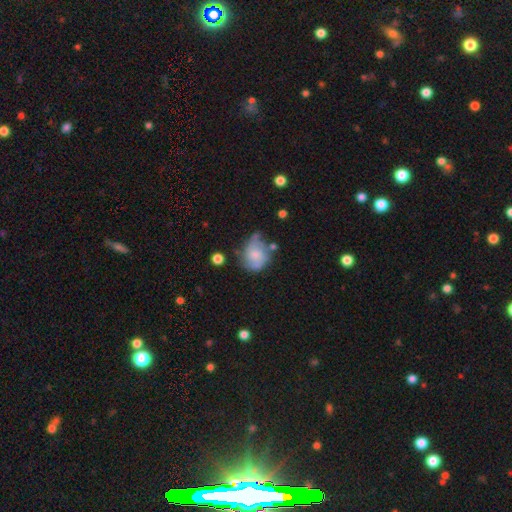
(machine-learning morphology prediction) A featured or disk galaxy (46%, tied with smooth). Merging: none (45%).